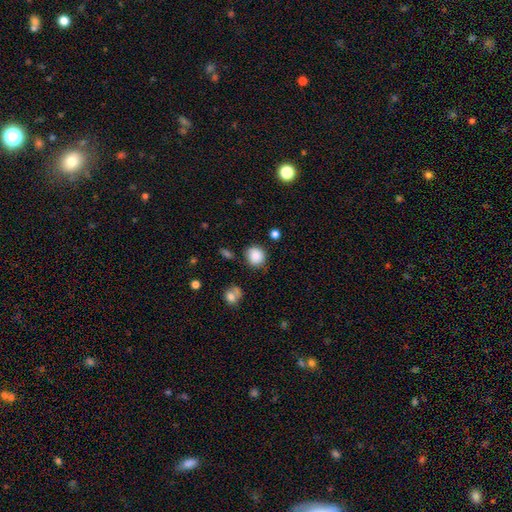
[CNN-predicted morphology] Smooth or featured? smooth (87%)
How rounded? round (85%)
Merging? none (77%)